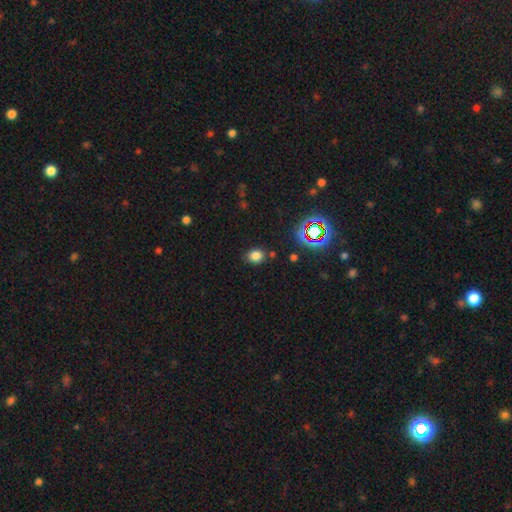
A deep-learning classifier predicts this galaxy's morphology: smooth 76%, star or artifact 18%, featured or disk 6%. Down the decision tree: how rounded — round (52%); merging — none (80%).